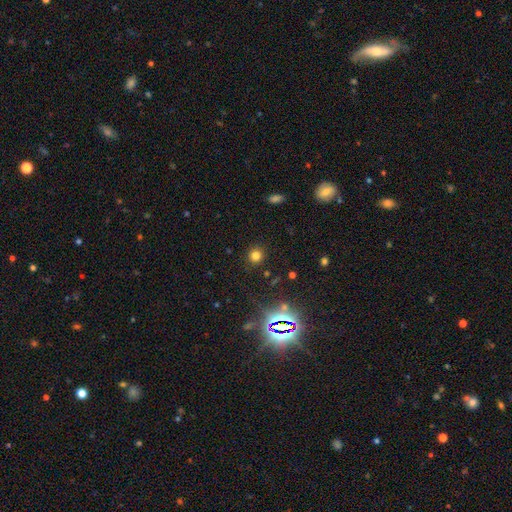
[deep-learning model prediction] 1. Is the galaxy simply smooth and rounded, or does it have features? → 74% smooth, 20% star or artifact, 6% featured or disk.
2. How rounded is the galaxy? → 92% round, 7% in between, 1% cigar-shaped.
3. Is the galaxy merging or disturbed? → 90% none, 6% minor disturbance, 3% major disturbance, 2% merger.